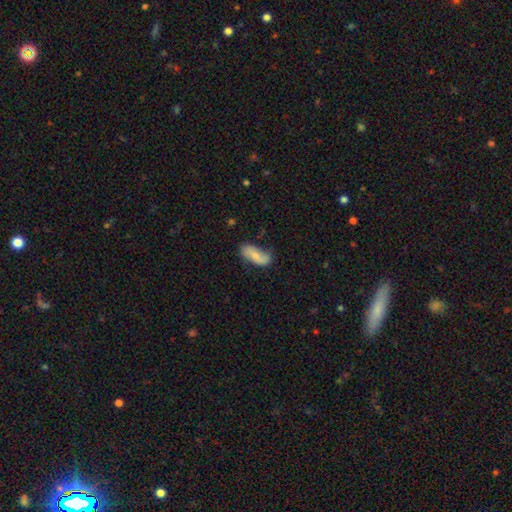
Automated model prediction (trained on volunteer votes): This appears to be a smooth galaxy with no disk features (54%) that is in between round and cigar-shaped (84%). Merging: none (59%).